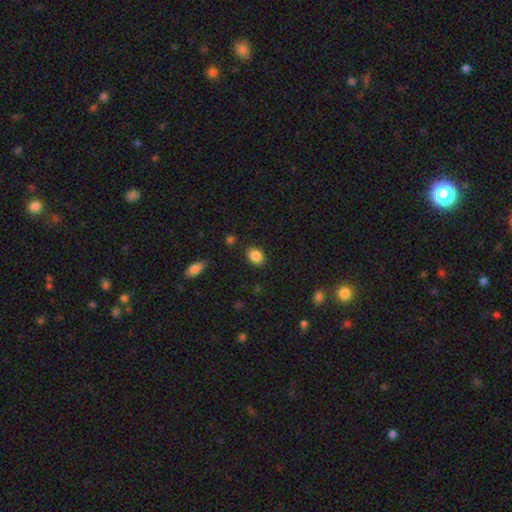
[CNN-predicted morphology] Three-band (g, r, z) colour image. It shows a smooth galaxy with no disk features (87%) that is in between round and cigar-shaped (68%). Merging: none (86%).